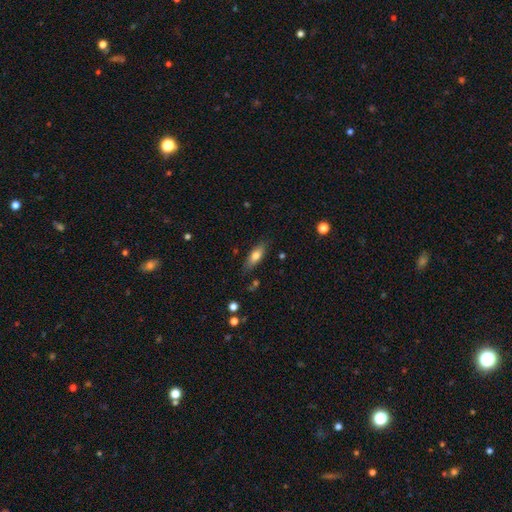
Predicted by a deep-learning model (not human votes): The model was most divided on "how rounded": in between: 64%, cigar-shaped: 33%, round: 3%. More confident: merging — none (80%); smooth or featured — smooth (72%).